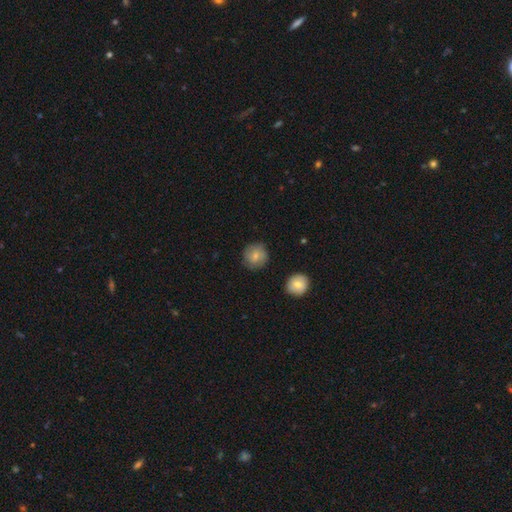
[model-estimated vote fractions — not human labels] Overall: smooth (75%). How rounded: round (92%). Merging: none (83%).